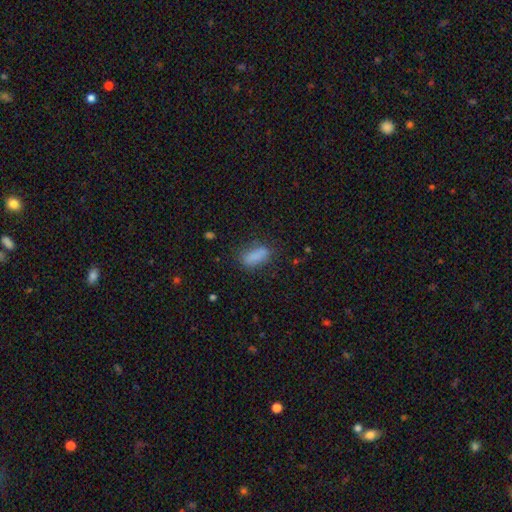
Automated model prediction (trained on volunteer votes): Overall: smooth (83%). How rounded: in between (78%). Merging: none (70%).